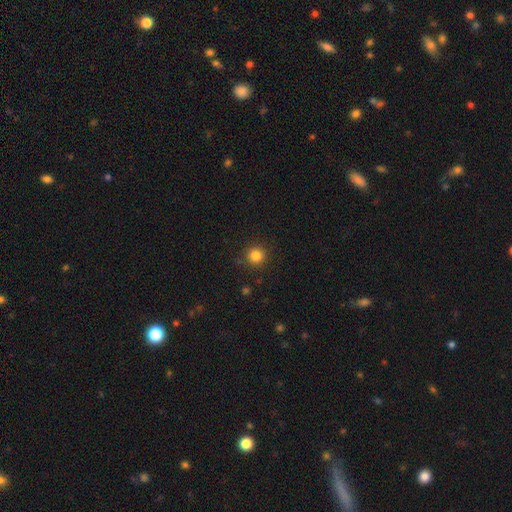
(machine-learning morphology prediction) Smooth or featured: smooth — 83% (star or artifact — 12%)
How rounded: round — 95% (in between — 4%)
Merging: none — 89% (minor disturbance — 7%)